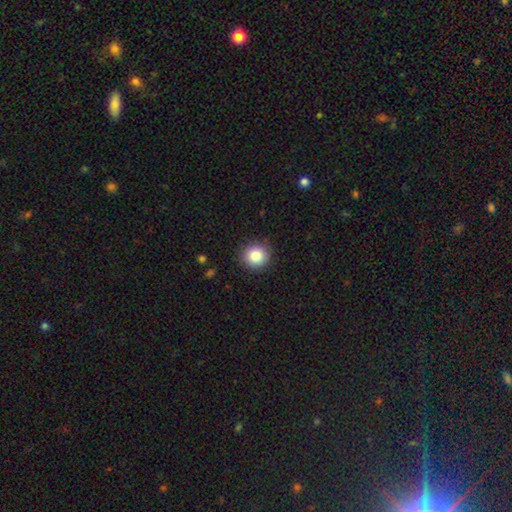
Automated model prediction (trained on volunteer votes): smooth 84%, star or artifact 10%, featured or disk 6%. Down the decision tree: how rounded — round (93%); merging — none (90%).